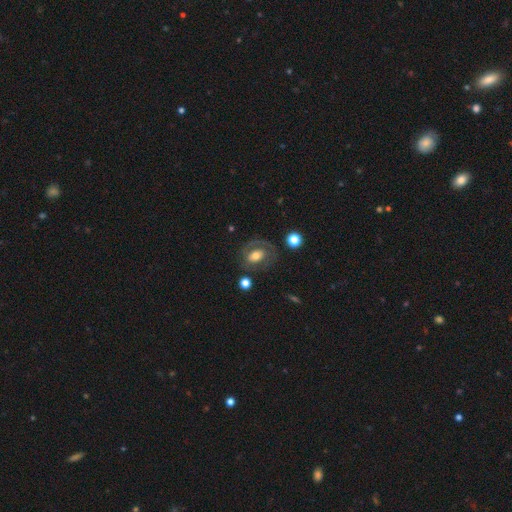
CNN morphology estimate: This is possibly a featured or disk galaxy (54%). It is clearly not viewed edge-on (94%). Bar: likely no (61%). Spiral arm pattern: possibly no (50%, tied with yes). Central bulge: possibly moderate (59%). Merging: likely none (62%).